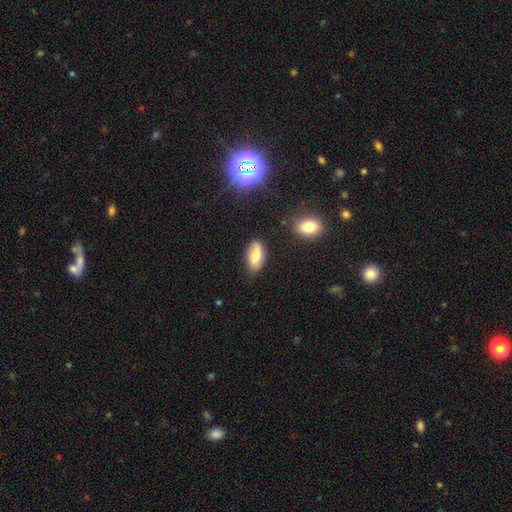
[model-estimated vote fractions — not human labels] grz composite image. It shows a smooth galaxy with no disk features (71%) that is in between round and cigar-shaped (87%). Merging: none (80%).